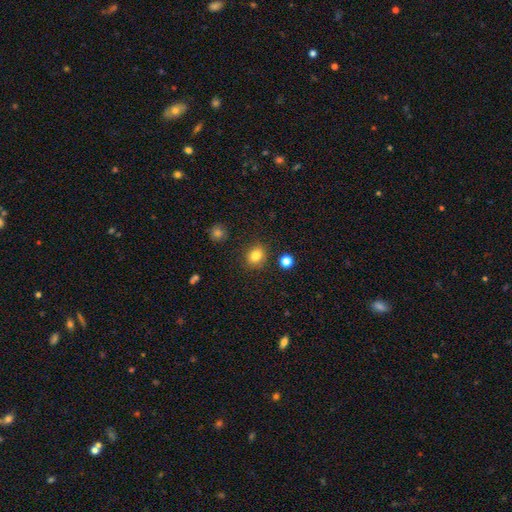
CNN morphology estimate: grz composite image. It shows a smooth galaxy with no disk features (82%) that is round (69%). Merging: none (85%).